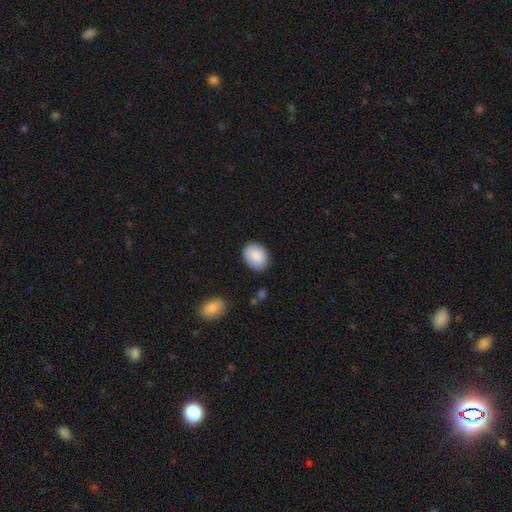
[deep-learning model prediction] Morphology: type=smooth (87%); roundness=in between (71%); merging=none (81%).